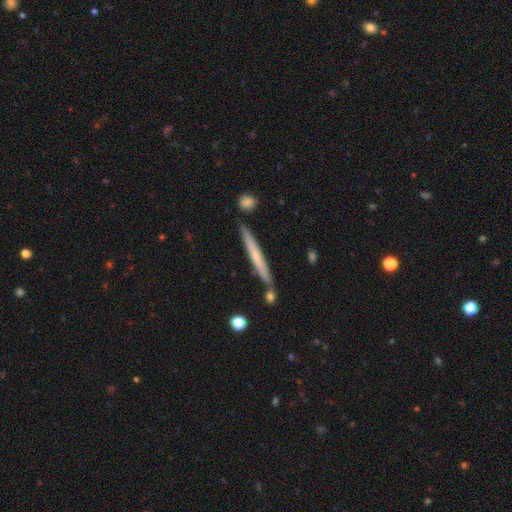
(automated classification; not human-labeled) This is possibly a featured or disk galaxy (51%). It is clearly viewed edge-on (95%). Merging: clearly none (84%).